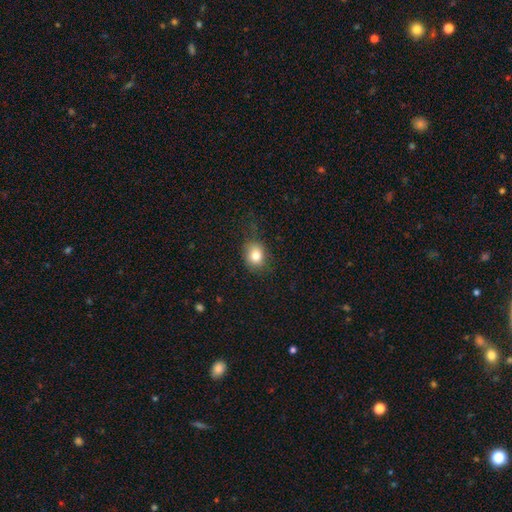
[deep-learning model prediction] Smooth or featured?
  - smooth: 81% *
  - star or artifact: 10%
  - featured or disk: 8%
How rounded?
  - round: 57% *
  - in between: 42%
  - cigar-shaped: 1%
Merging?
  - none: 72% *
  - minor disturbance: 20%
  - major disturbance: 7%
  - merger: 1%